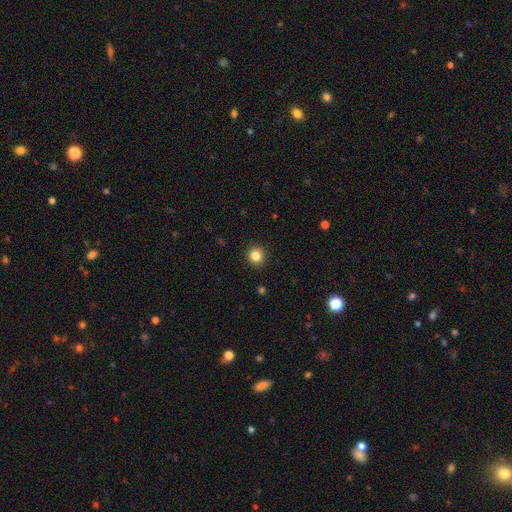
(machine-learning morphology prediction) Smooth or featured?
  - smooth: 84% *
  - star or artifact: 11%
  - featured or disk: 5%
How rounded?
  - round: 93% *
  - in between: 6%
  - cigar-shaped: 1%
Merging?
  - none: 92% *
  - minor disturbance: 5%
  - major disturbance: 2%
  - merger: 1%